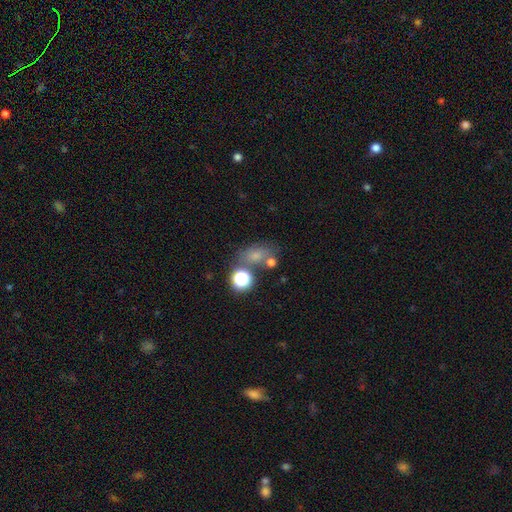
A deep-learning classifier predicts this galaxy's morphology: This appears to be a smooth galaxy with no disk features (63%) that is in between round and cigar-shaped (59%). Merging: none (53%).